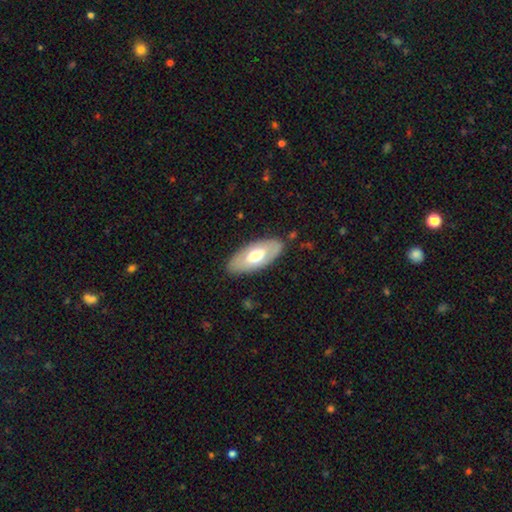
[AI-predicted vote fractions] Q: Smooth or featured?
A: smooth (51%); runner-up: featured or disk (43%)
Q: How rounded?
A: in between (89%); runner-up: cigar-shaped (8%)
Q: Merging?
A: none (84%); runner-up: minor disturbance (11%)